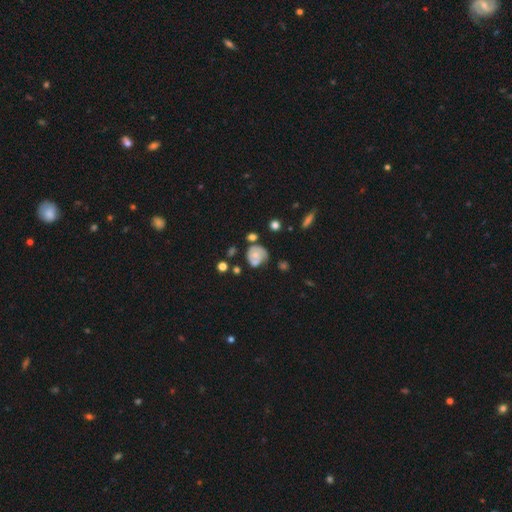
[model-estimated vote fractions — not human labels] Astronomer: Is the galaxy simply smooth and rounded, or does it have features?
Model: featured or disk — 49% (runner-up: smooth, 42%).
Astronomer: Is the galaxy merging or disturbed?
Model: none — 47% (runner-up: minor disturbance, 29%).